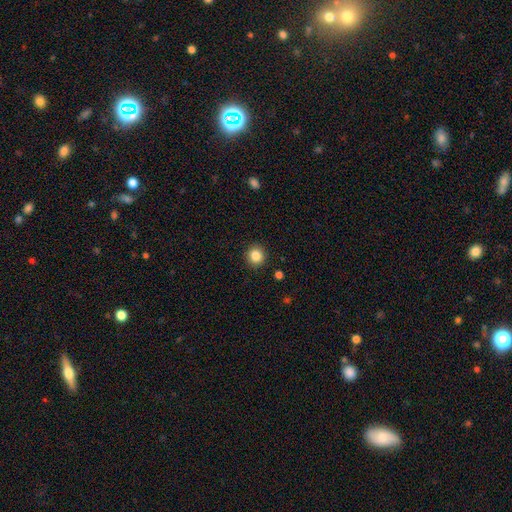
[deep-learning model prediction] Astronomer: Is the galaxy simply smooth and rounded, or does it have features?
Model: smooth — 85%.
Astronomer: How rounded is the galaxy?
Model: round — 90%.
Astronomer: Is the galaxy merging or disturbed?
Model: none — 91%.